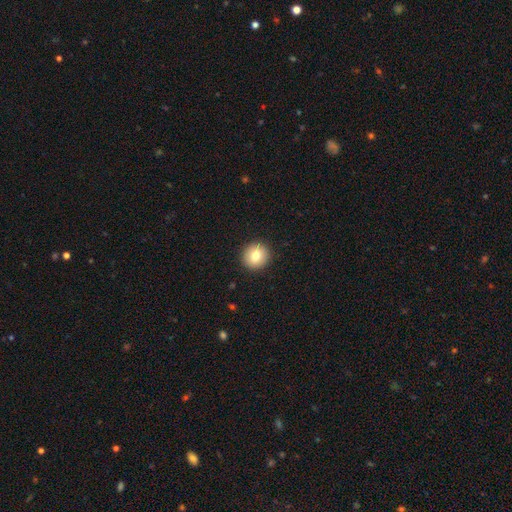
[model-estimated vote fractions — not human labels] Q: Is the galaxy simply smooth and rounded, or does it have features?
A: smooth — 80%.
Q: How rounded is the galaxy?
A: round — 91%.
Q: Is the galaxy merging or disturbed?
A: none — 92%.